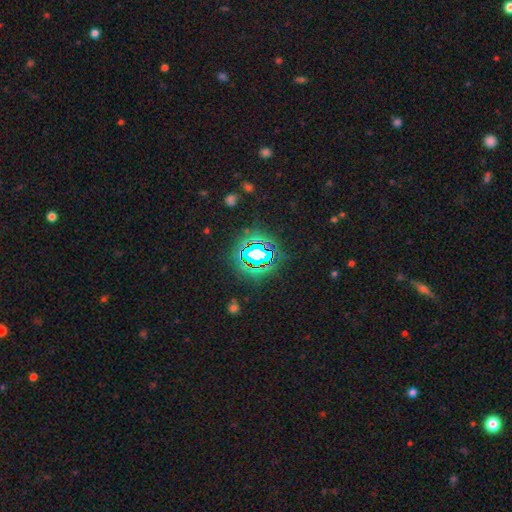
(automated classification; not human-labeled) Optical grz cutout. It shows a star or artifact, not a galaxy (81%).